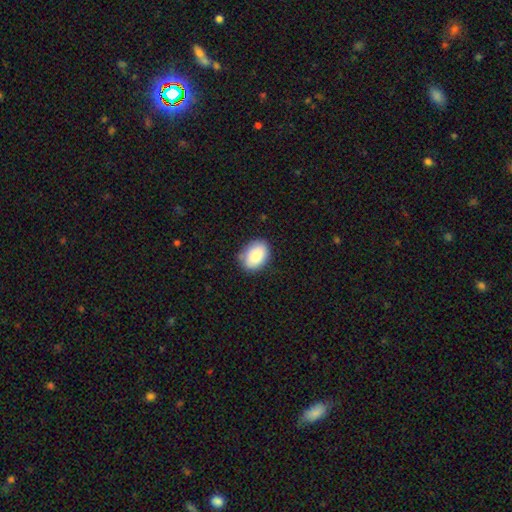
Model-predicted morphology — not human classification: type=smooth (86%); roundness=in between (81%); merging=none (79%).